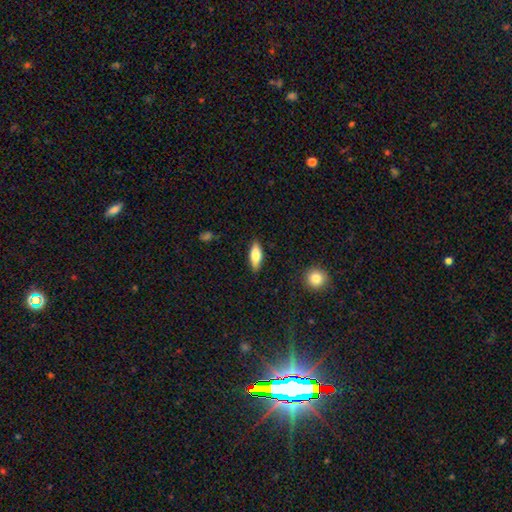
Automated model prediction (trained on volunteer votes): A smooth galaxy with no disk features (71%) that is in between round and cigar-shaped (70%).

Vote fractions:
- Smooth or featured? smooth: 71% / featured or disk: 23% / star or artifact: 6%
- How rounded? in between: 70% / cigar-shaped: 28% / round: 3%
- Merging? none: 86% / minor disturbance: 10% / major disturbance: 2% / merger: 1%